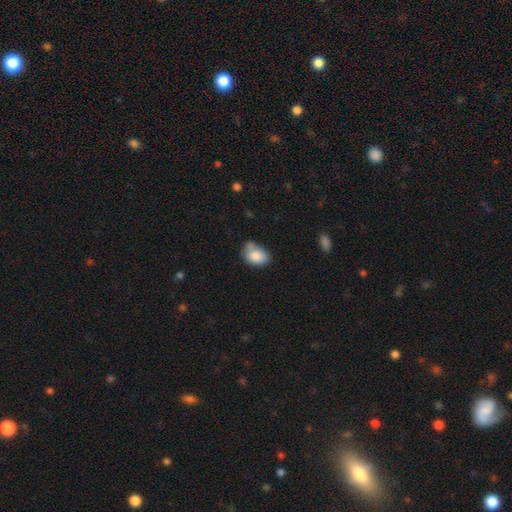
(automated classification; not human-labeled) The model was most divided on "merging": none: 49%, minor disturbance: 32%, merger: 11%, major disturbance: 8%. More confident: smooth or featured — smooth (84%); how rounded — in between (78%).